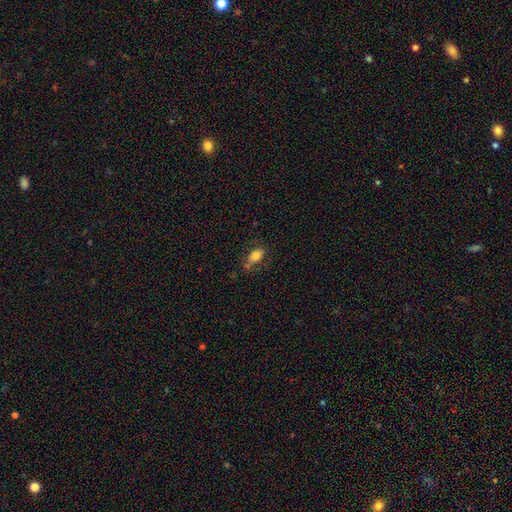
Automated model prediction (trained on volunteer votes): This is likely a smooth galaxy (76%). How rounded: clearly in between (88%). Merging: likely none (62%).